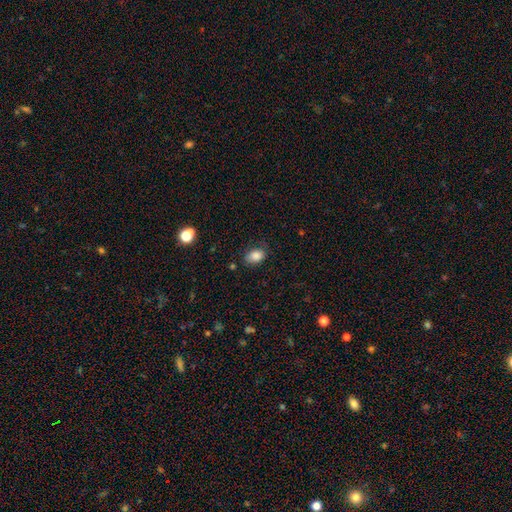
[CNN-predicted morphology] Smooth or featured?
  - smooth: 85% *
  - star or artifact: 9%
  - featured or disk: 6%
How rounded?
  - in between: 77% *
  - round: 22%
  - cigar-shaped: 1%
Merging?
  - none: 68% *
  - minor disturbance: 24%
  - major disturbance: 6%
  - merger: 2%